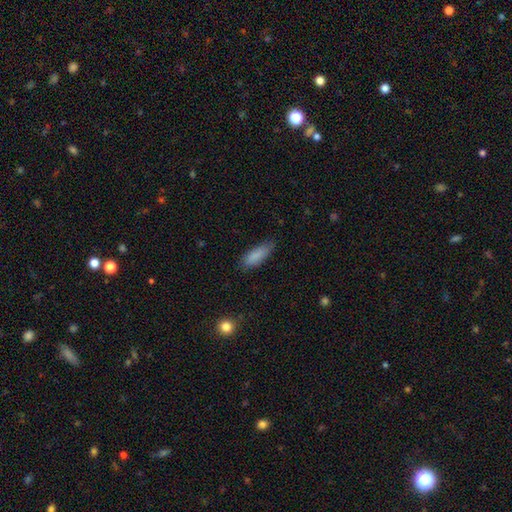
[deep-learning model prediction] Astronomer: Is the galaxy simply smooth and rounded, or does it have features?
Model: smooth — 87%.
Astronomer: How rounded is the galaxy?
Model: in between — 63%.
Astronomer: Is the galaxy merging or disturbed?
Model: none — 75%.